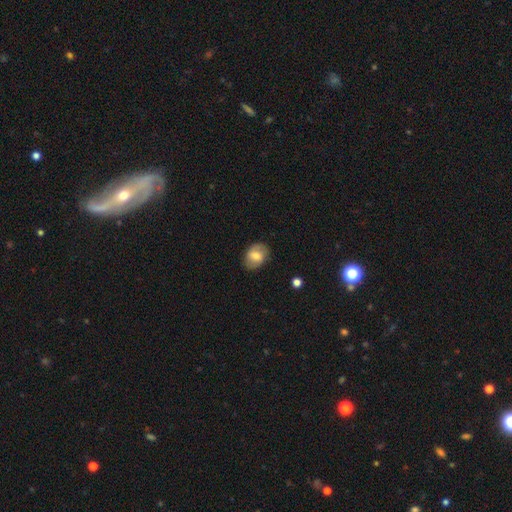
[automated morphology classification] Q: Smooth or featured?
A: smooth (53%); runner-up: featured or disk (39%)
Q: How rounded?
A: in between (65%); runner-up: round (34%)
Q: Merging?
A: none (81%); runner-up: minor disturbance (14%)